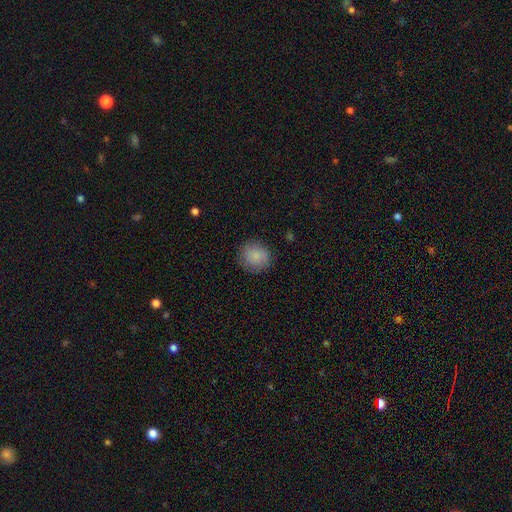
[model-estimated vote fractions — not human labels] Smooth or featured? Predicted: smooth (p=0.83). How rounded? Predicted: round (p=0.89). Merging? Predicted: none (p=0.84).